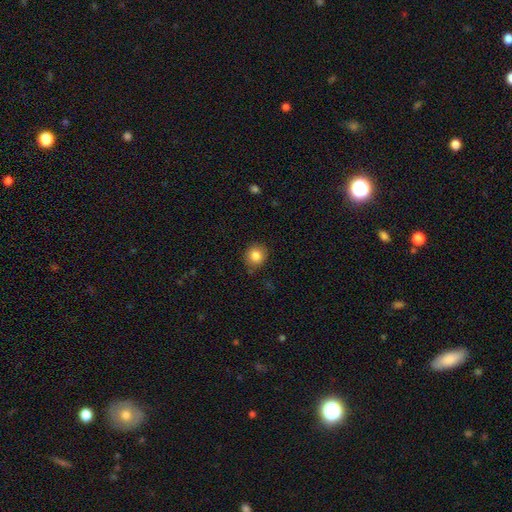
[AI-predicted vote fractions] Smooth or featured?
  - smooth: 84% *
  - star or artifact: 10%
  - featured or disk: 6%
How rounded?
  - round: 86% *
  - in between: 13%
  - cigar-shaped: 1%
Merging?
  - none: 85% *
  - minor disturbance: 11%
  - major disturbance: 3%
  - merger: 1%